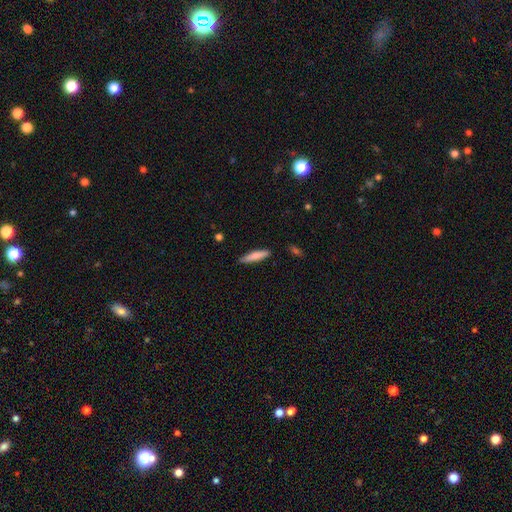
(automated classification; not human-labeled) smooth 77%, featured or disk 18%, star or artifact 6%. Down the decision tree: how rounded — cigar-shaped (87%); merging — none (88%).